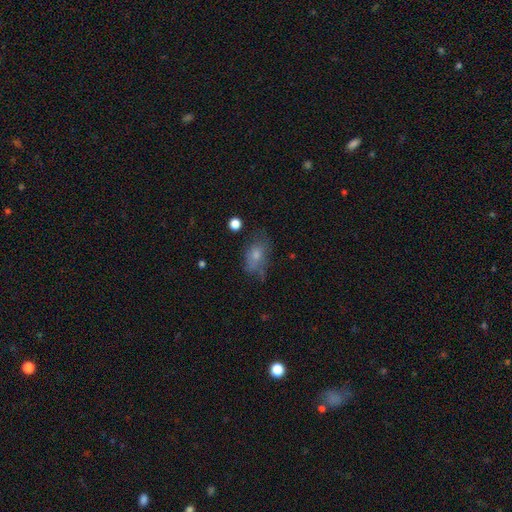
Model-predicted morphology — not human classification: Overall: smooth (70%). How rounded: in between (84%). Merging: none (50%; minor disturbance 29%).